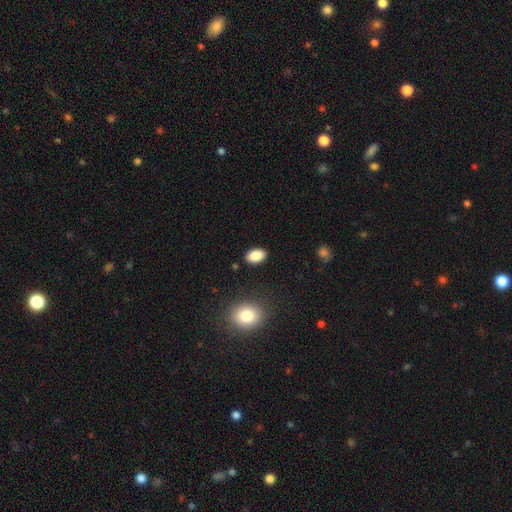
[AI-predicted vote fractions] smooth_or_featured: smooth (p=0.88) [alt: star or artifact p=0.08]
how_rounded: in between (p=0.90) [alt: round p=0.08]
merging: none (p=0.88) [alt: minor disturbance p=0.09]